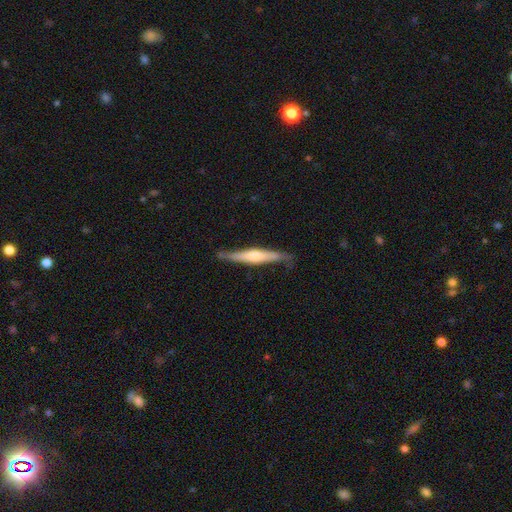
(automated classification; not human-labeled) Smooth or featured? featured or disk (71%)
Edge-on disk? yes (91%)
Edge-on bulge? rounded (71%)
Merging? none (73%)